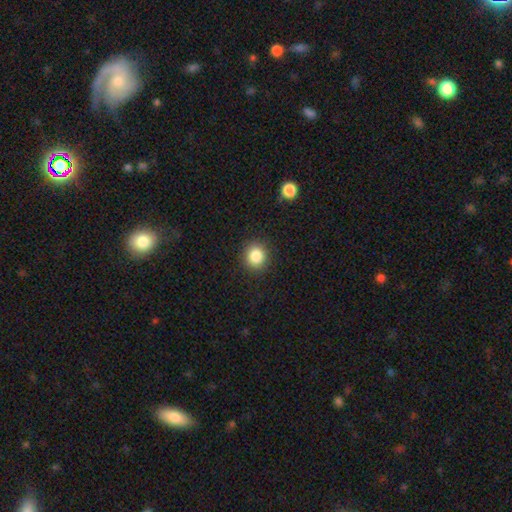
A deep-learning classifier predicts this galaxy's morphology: Q: Smooth or featured?
A: smooth (85%); runner-up: star or artifact (10%)
Q: How rounded?
A: round (83%); runner-up: in between (17%)
Q: Merging?
A: none (90%); runner-up: minor disturbance (7%)